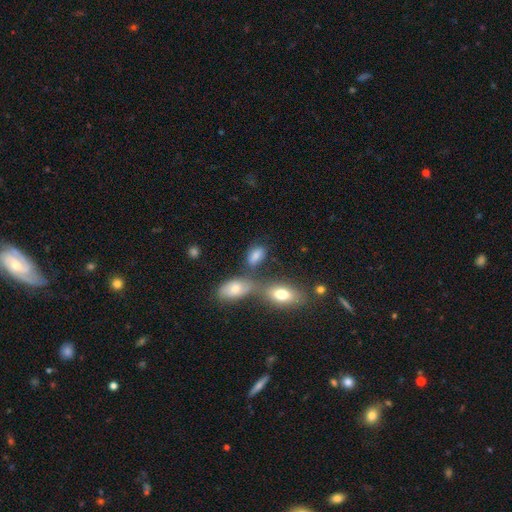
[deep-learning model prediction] Morphology: type=smooth (78%); roundness=in between (88%); merging=none (54%).